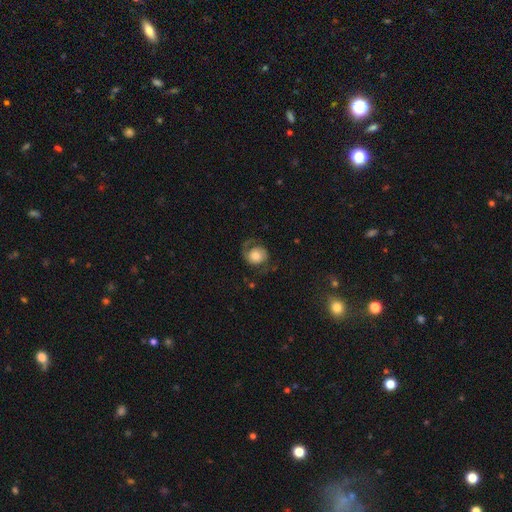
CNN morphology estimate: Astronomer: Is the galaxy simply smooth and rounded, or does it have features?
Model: featured or disk — 56% (runner-up: smooth, 36%).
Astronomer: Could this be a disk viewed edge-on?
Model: no — 97%.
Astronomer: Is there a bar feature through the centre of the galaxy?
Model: no — 77%.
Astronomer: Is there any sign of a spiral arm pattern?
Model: yes — 87%.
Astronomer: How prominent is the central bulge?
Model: moderate — 40% (runner-up: large, 33%).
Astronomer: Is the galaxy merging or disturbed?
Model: none — 59%.